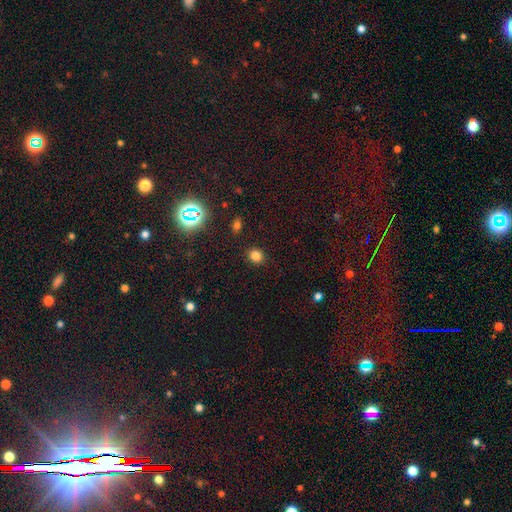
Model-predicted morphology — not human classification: Smooth or featured?
  - smooth: 79% *
  - star or artifact: 17%
  - featured or disk: 5%
How rounded?
  - round: 75% *
  - in between: 24%
  - cigar-shaped: 1%
Merging?
  - none: 89% *
  - minor disturbance: 7%
  - major disturbance: 2%
  - merger: 2%